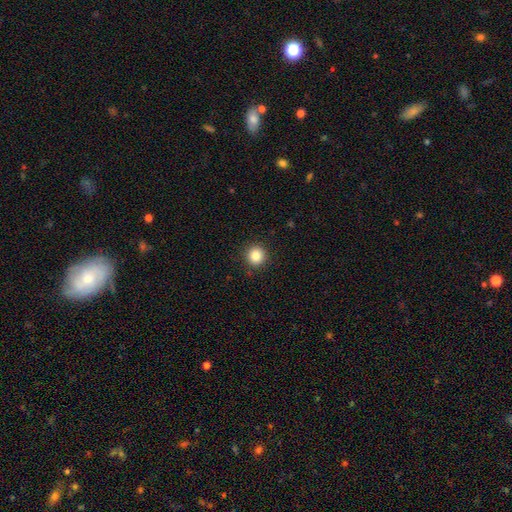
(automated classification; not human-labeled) Smooth or featured?
  - smooth: 85% *
  - star or artifact: 10%
  - featured or disk: 5%
How rounded?
  - round: 93% *
  - in between: 6%
  - cigar-shaped: 1%
Merging?
  - none: 92% *
  - minor disturbance: 5%
  - major disturbance: 2%
  - merger: 1%